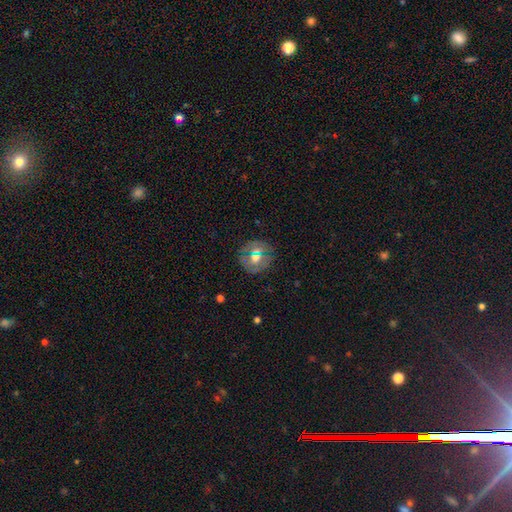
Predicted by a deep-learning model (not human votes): Smooth or featured? smooth (58%)
How rounded? round (88%)
Merging? none (83%)